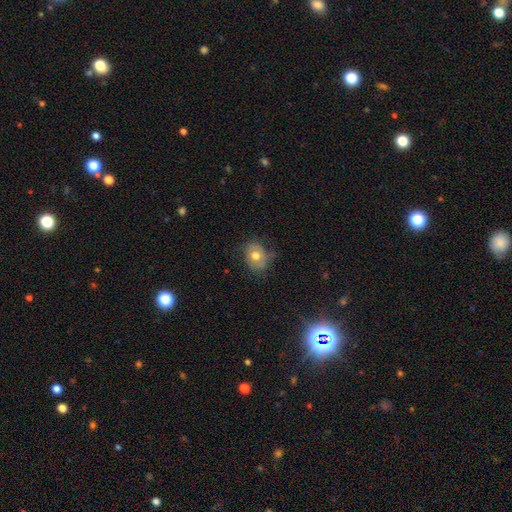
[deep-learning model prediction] smooth 66%, featured or disk 24%, star or artifact 10%. Down the decision tree: how rounded — round (54%); merging — none (63%).